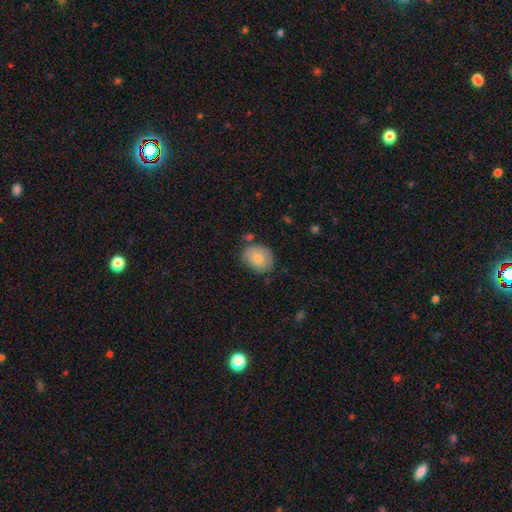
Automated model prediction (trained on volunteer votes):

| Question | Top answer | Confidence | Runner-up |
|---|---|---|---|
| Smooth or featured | smooth | 75% | featured or disk (16%) |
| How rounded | in between | 52% | round (47%) |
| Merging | none | 67% | minor disturbance (23%) |